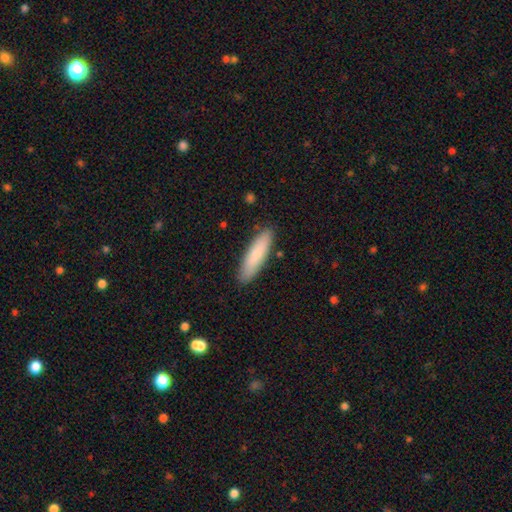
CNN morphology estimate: smooth-or-featured: smooth: 82% | featured or disk: 13% | star or artifact: 5%
  how-rounded: cigar-shaped: 68% | in between: 30% | round: 1%
  merging: none: 87% | minor disturbance: 10% | major disturbance: 2% | merger: 1%